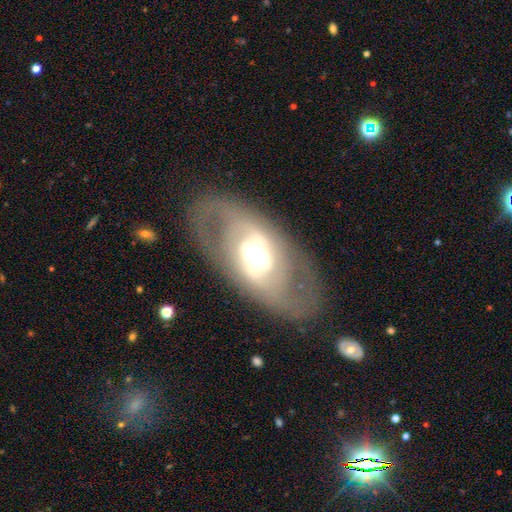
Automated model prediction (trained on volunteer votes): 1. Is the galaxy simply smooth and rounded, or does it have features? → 68% featured or disk, 24% smooth, 8% star or artifact.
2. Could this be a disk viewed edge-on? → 84% no, 16% yes.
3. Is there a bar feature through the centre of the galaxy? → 42% no, 31% strong, 27% weak.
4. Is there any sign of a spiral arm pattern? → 66% no, 34% yes.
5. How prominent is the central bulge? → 43% large, 38% moderate, 13% dominant, 5% small, 1% none.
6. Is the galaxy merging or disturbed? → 71% none, 15% minor disturbance, 12% major disturbance, 2% merger.